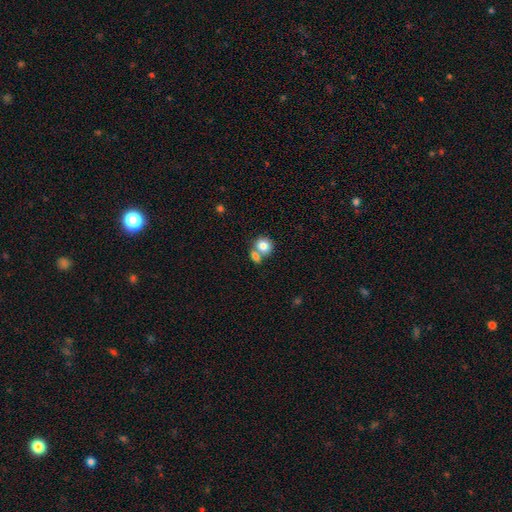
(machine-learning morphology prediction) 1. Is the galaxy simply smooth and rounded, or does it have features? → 81% smooth, 11% featured or disk, 8% star or artifact.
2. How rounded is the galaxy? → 66% round, 32% in between, 2% cigar-shaped.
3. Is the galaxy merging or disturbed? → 54% merger, 35% none, 7% minor disturbance, 3% major disturbance.